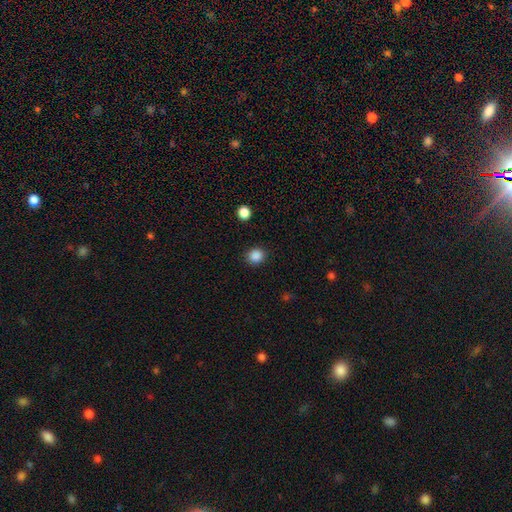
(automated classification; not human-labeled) Smooth or featured? smooth (87%)
How rounded? round (78%)
Merging? none (88%)